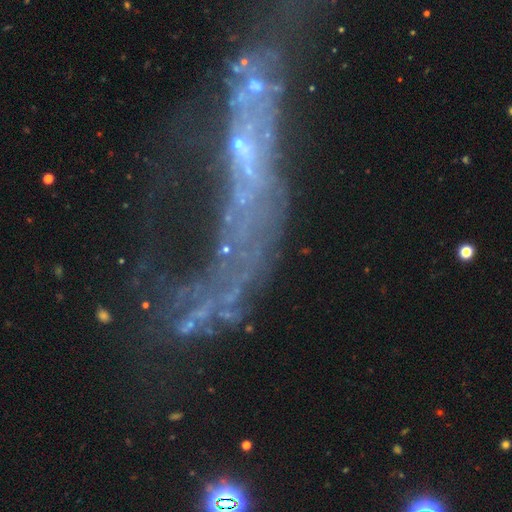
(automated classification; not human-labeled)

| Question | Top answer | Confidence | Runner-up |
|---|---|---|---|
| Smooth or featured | featured or disk | 51% | star or artifact (29%) |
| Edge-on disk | no | 72% | yes (28%) |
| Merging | major disturbance | 33% | none (32%) |